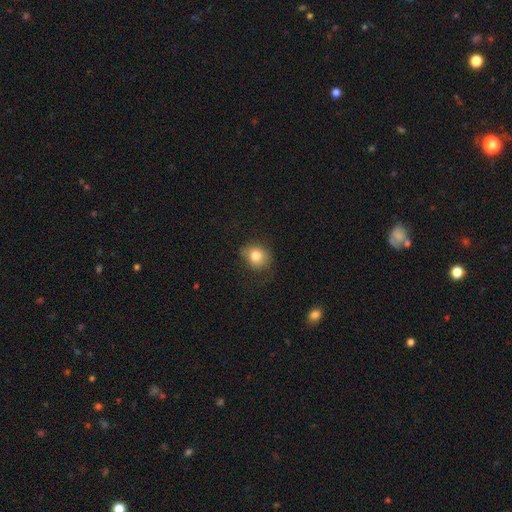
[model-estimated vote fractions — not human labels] A smooth galaxy with no disk features (80%) that is round (75%).

Vote fractions:
- Smooth or featured? smooth: 80% / star or artifact: 10% / featured or disk: 10%
- How rounded? round: 75% / in between: 24% / cigar-shaped: 1%
- Merging? none: 69% / minor disturbance: 22% / major disturbance: 8% / merger: 1%